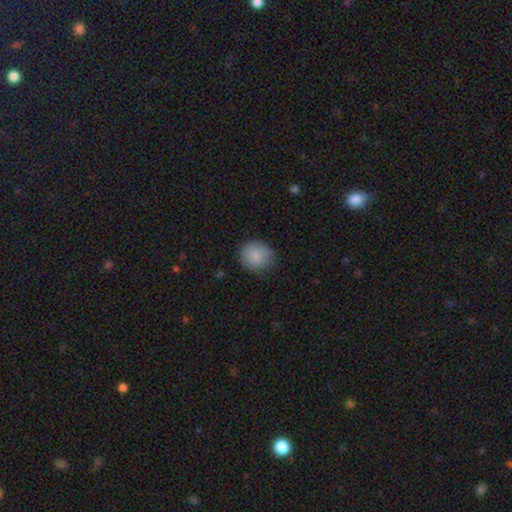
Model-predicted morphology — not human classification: Smooth or featured: smooth — 85% (star or artifact — 8%)
How rounded: round — 88% (in between — 11%)
Merging: none — 81% (minor disturbance — 15%)